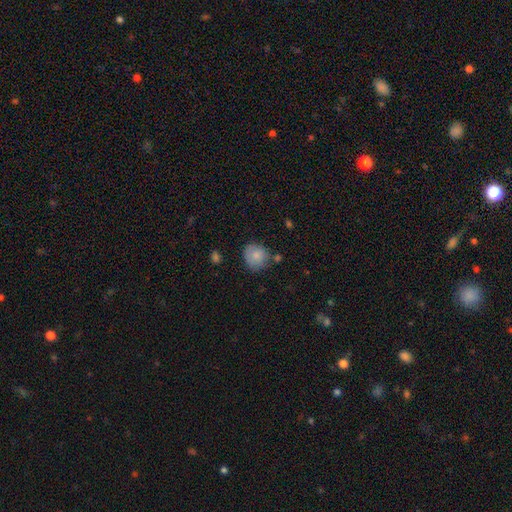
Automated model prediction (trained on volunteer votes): The model was most divided on "merging": none: 67%, minor disturbance: 22%, merger: 6%, major disturbance: 5%. More confident: how rounded — round (83%); smooth or featured — smooth (83%).